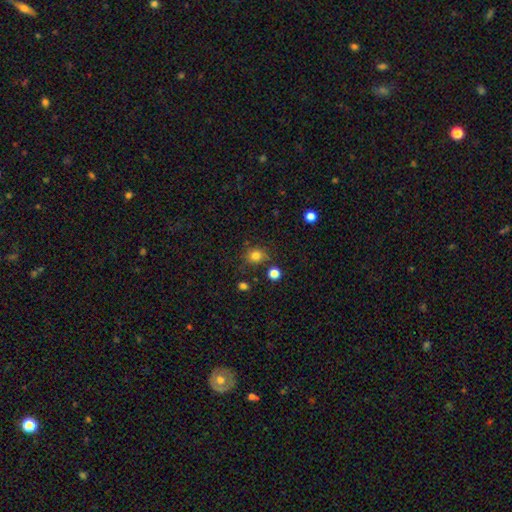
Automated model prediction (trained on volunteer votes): Smooth or featured?
  - smooth: 81% *
  - star or artifact: 13%
  - featured or disk: 6%
How rounded?
  - round: 79% *
  - in between: 20%
  - cigar-shaped: 1%
Merging?
  - none: 76% *
  - minor disturbance: 14%
  - merger: 6%
  - major disturbance: 4%